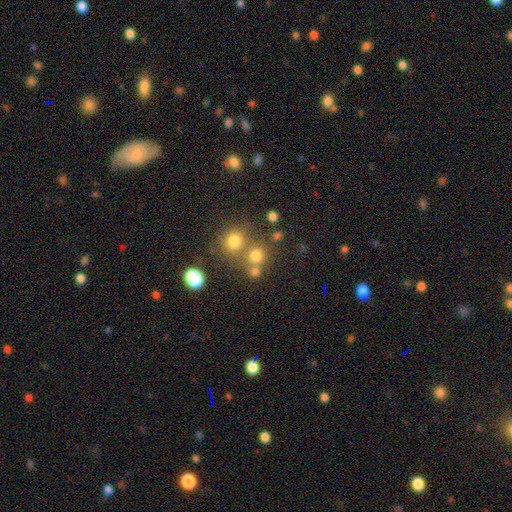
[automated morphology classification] Smooth or featured? smooth (74%)
How rounded? round (86%)
Merging? none (58%)